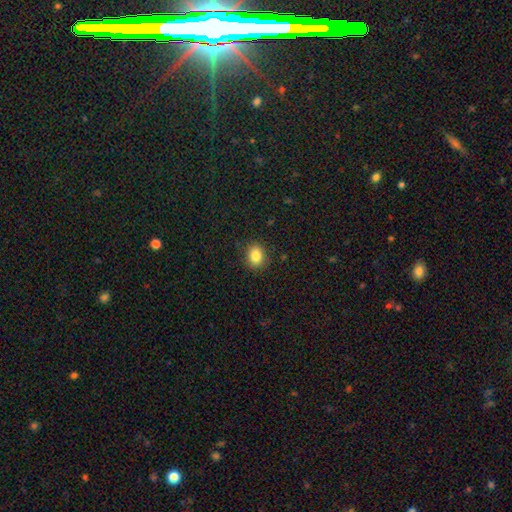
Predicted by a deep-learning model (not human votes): A smooth galaxy with no disk features (85%) that is in between round and cigar-shaped (52%). Merging: none (88%).